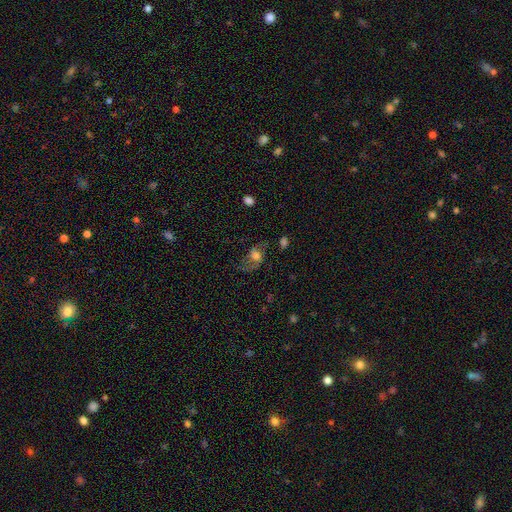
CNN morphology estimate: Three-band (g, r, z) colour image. It shows a featured or disk galaxy (50%). Merging: none (50%).